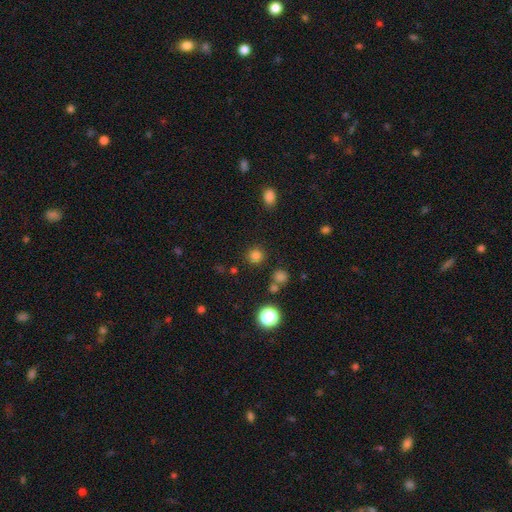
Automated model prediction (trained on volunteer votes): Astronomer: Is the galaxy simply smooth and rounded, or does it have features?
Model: smooth — 79%.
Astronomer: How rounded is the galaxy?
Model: round — 92%.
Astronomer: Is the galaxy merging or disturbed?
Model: none — 85%.